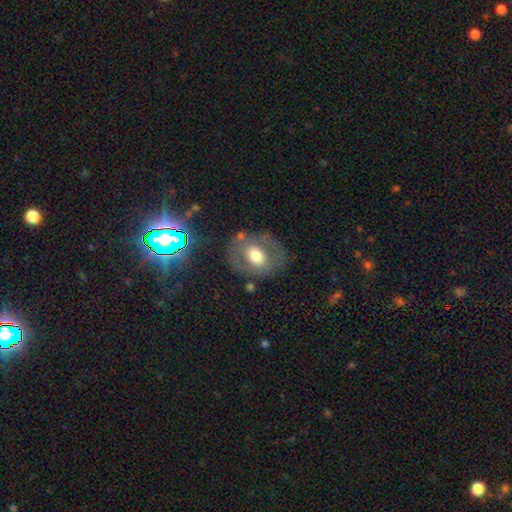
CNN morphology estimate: smooth 49%, featured or disk 43%, star or artifact 8%. Down the decision tree: merging — none (72%).